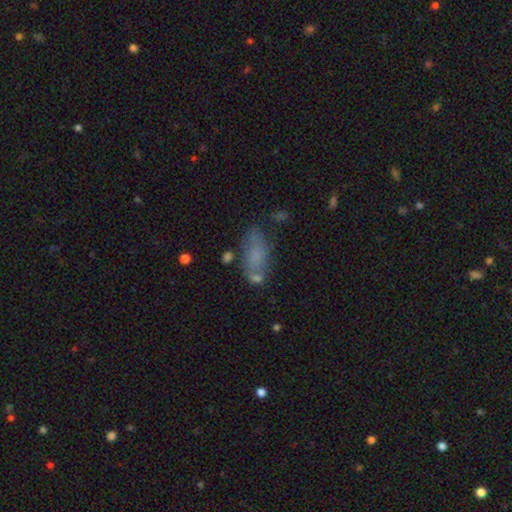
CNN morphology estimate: Smooth or featured? smooth (60%)
How rounded? in between (79%)
Merging? none (52%)